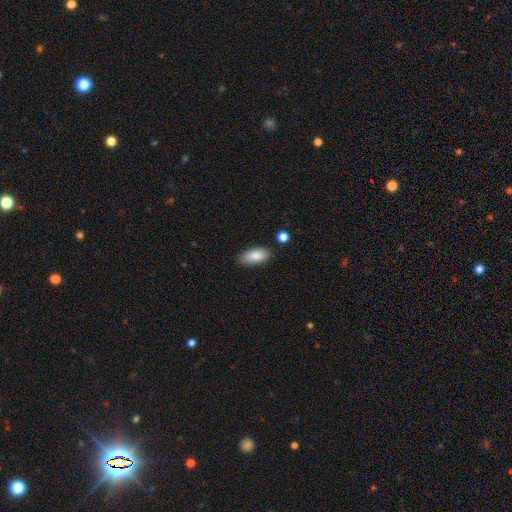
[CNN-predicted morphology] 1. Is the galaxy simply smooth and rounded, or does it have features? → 86% smooth, 8% featured or disk, 7% star or artifact.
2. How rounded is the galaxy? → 89% in between, 8% cigar-shaped, 2% round.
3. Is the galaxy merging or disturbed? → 81% none, 13% minor disturbance, 3% merger, 3% major disturbance.